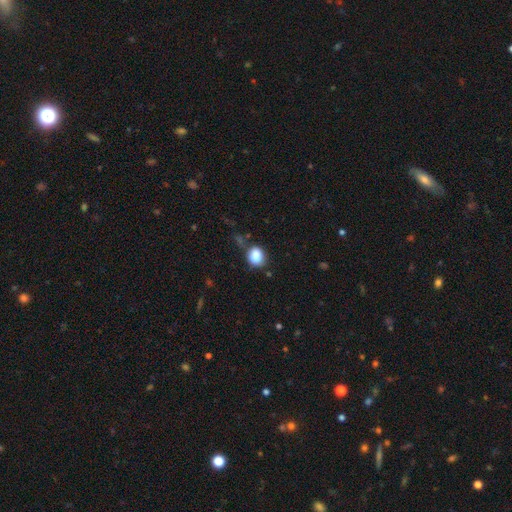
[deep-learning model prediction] Smooth or featured? smooth (87%)
How rounded? round (56%)
Merging? none (69%)